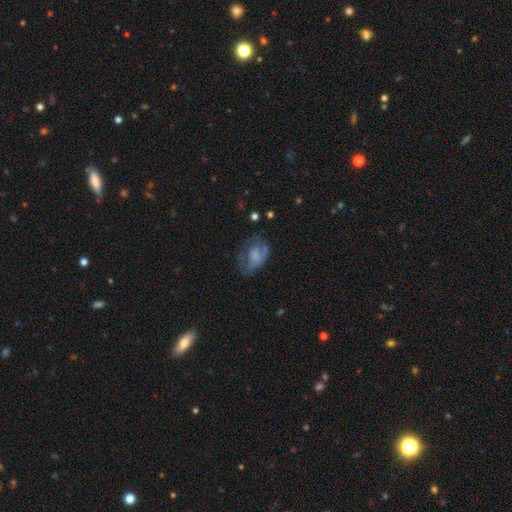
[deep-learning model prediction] This is possibly a smooth galaxy (47%). Merging: marginally none (40%).